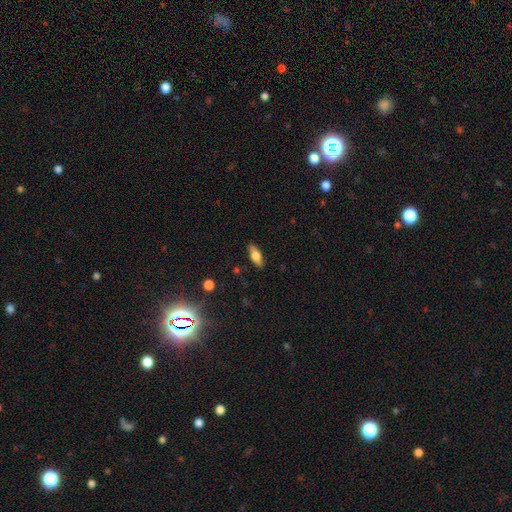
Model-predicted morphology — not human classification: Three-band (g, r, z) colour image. It shows a smooth galaxy with no disk features (66%) that is in between round and cigar-shaped (71%). Merging: none (87%).